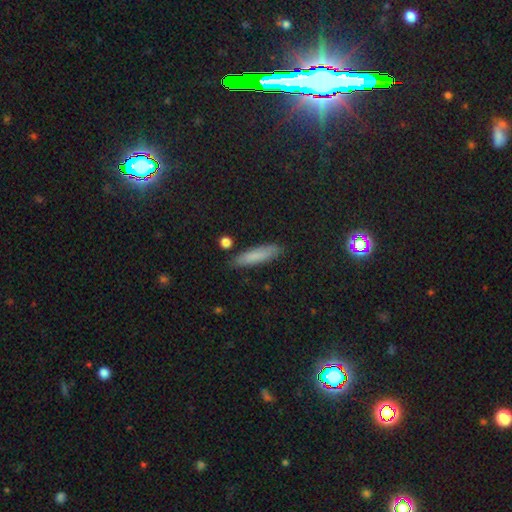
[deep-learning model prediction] Morphology: type=smooth (77%); roundness=cigar-shaped (74%); merging=none (84%).